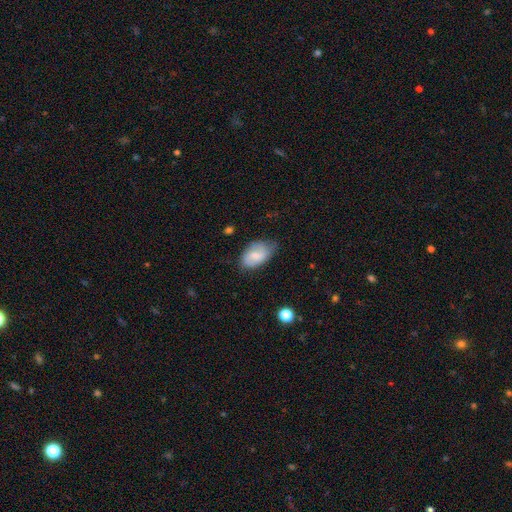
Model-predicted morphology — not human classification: Smooth or featured: smooth — 65% (featured or disk — 28%)
How rounded: in between — 90% (round — 8%)
Merging: none — 57% (minor disturbance — 33%)